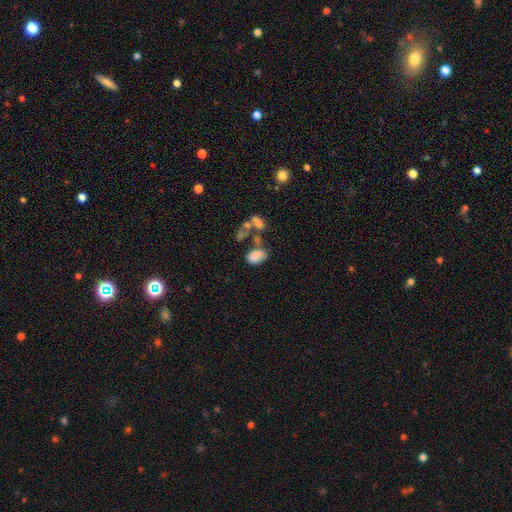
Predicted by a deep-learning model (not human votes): smooth_or_featured: smooth (p=0.73) [alt: featured or disk p=0.16]
how_rounded: in between (p=0.87) [alt: round p=0.12]
merging: merger (p=0.36) [alt: none p=0.32]